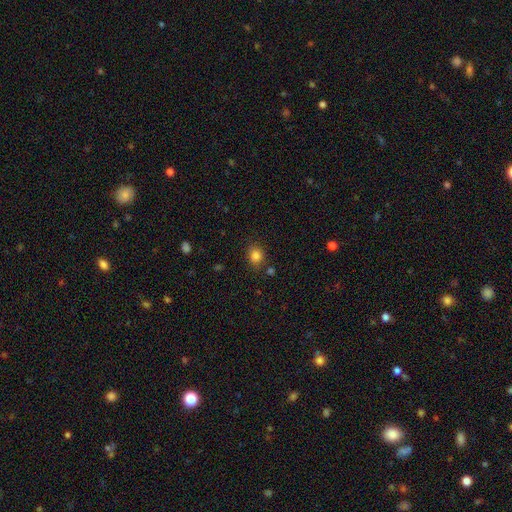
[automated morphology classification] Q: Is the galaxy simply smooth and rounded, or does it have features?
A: smooth — 83%.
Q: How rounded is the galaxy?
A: round — 65%.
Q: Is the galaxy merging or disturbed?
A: none — 81%.